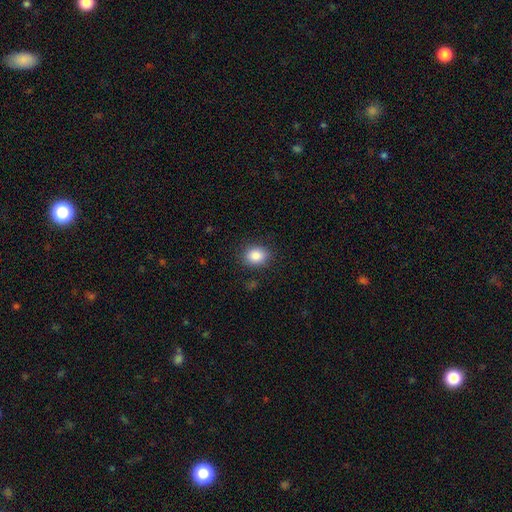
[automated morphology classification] Q: Smooth or featured?
A: smooth (87%); runner-up: star or artifact (9%)
Q: How rounded?
A: in between (55%); runner-up: round (44%)
Q: Merging?
A: none (86%); runner-up: minor disturbance (10%)